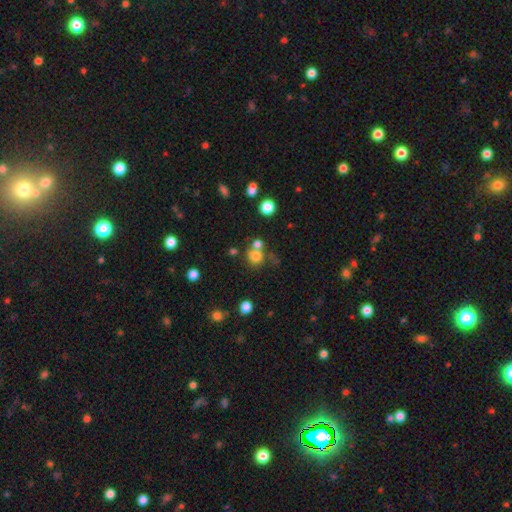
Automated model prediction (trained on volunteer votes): Morphology: type=smooth (74%); roundness=round (87%); merging=none (56%).